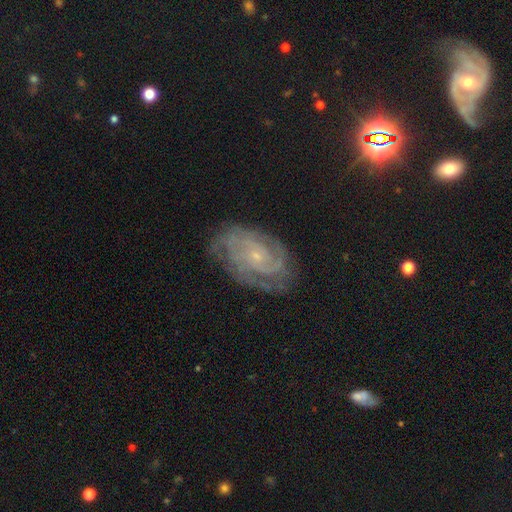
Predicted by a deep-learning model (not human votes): This appears to be a featured or disk galaxy (82%) with no bar (73%), tight (69%) spiral arms (97%) and a small central bulge (83%). Merging: none (77%).